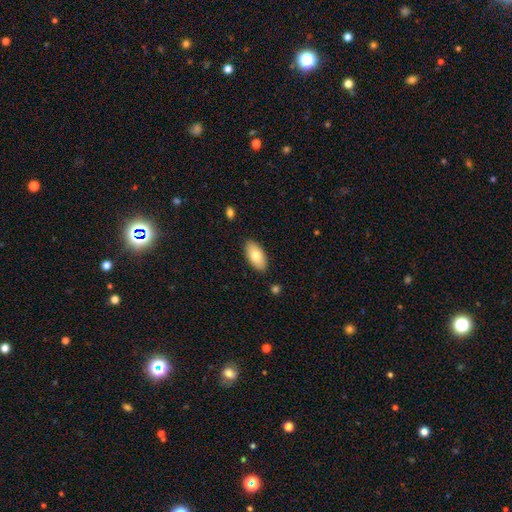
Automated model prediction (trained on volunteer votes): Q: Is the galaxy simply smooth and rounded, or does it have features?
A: smooth — 76%.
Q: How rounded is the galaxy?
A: in between — 94%.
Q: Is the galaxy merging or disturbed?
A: none — 87%.